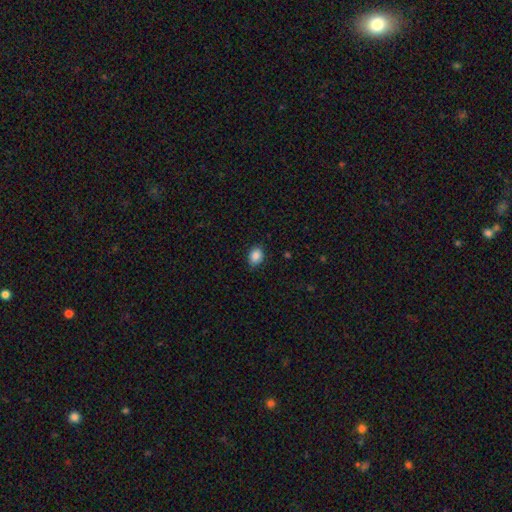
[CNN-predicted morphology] Smooth or featured? smooth (88%)
How rounded? in between (66%)
Merging? none (84%)